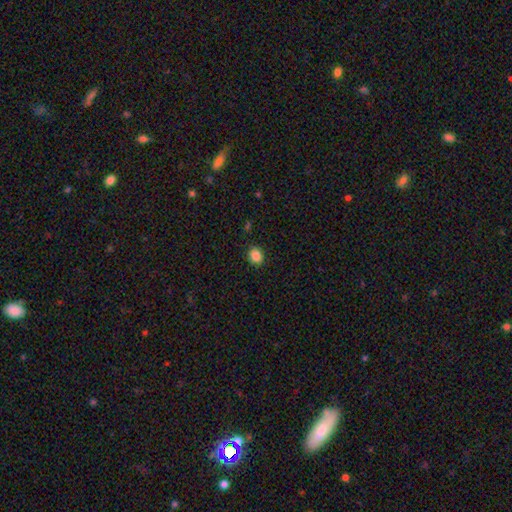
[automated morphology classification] This appears to be a smooth galaxy with no disk features (86%) that is round (62%). Merging: none (89%).